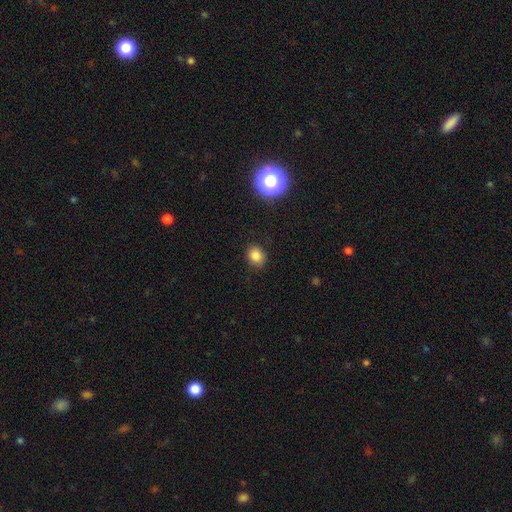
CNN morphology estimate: smooth 82%, star or artifact 13%, featured or disk 5%. Down the decision tree: how rounded — round (61%); merging — none (86%).